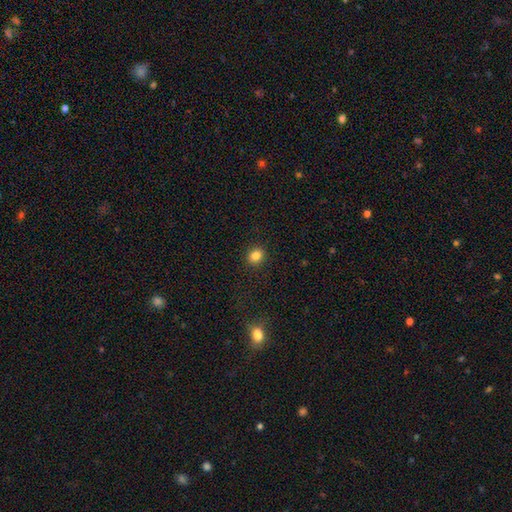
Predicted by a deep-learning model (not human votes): Smooth or featured? smooth (83%)
How rounded? round (70%)
Merging? none (91%)